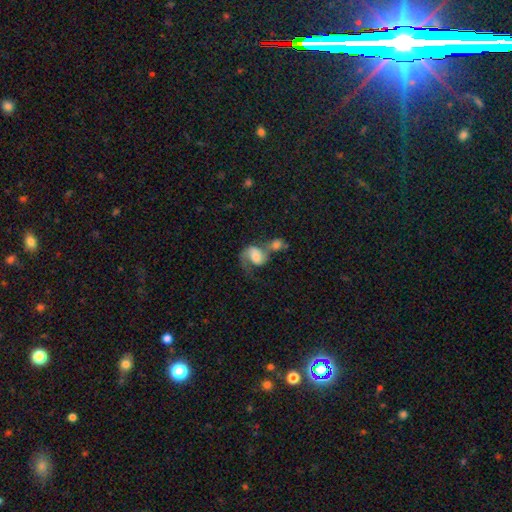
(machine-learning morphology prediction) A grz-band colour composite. It shows a featured or disk galaxy (46%). Merging: merger (55%).